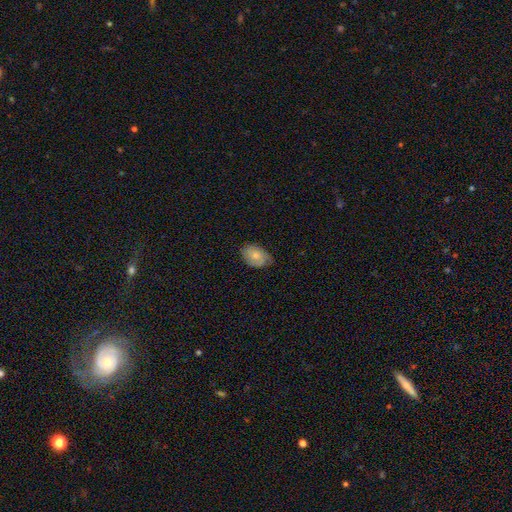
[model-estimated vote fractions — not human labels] Smooth or featured?
  - smooth: 61% *
  - featured or disk: 32%
  - star or artifact: 7%
How rounded?
  - in between: 81% *
  - round: 18%
  - cigar-shaped: 1%
Merging?
  - none: 64% *
  - minor disturbance: 29%
  - major disturbance: 6%
  - merger: 1%